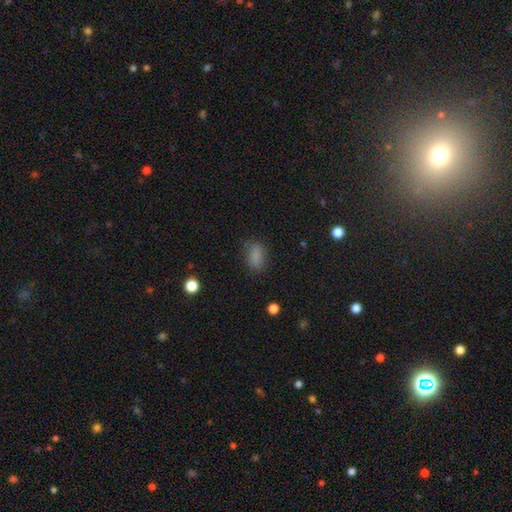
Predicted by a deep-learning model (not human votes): smooth_or_featured: smooth (p=0.84) [alt: star or artifact p=0.11]
how_rounded: in between (p=0.86) [alt: round p=0.12]
merging: none (p=0.77) [alt: minor disturbance p=0.16]